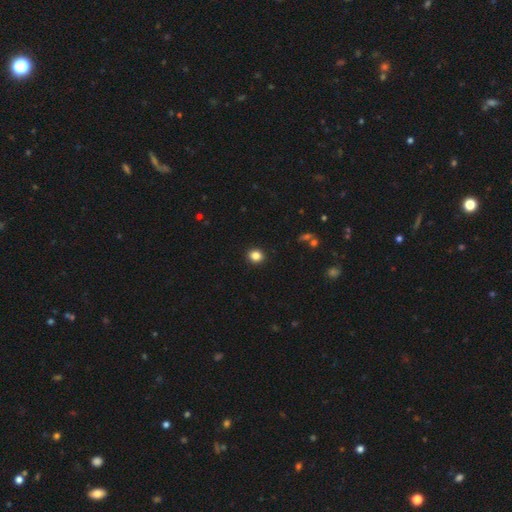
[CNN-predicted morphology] Smooth or featured? smooth (85%)
How rounded? round (82%)
Merging? none (92%)